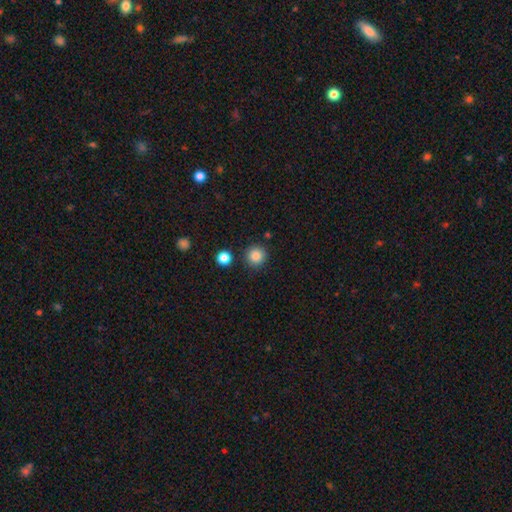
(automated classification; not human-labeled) Smooth or featured: smooth — 86% (star or artifact — 10%)
How rounded: round — 95% (in between — 4%)
Merging: none — 89% (minor disturbance — 6%)